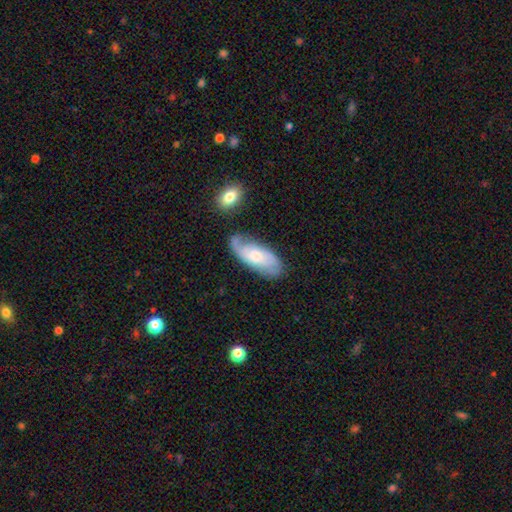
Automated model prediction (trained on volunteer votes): Smooth or featured?
  - featured or disk: 57% *
  - smooth: 37%
  - star or artifact: 6%
Edge-on disk?
  - no: 90% *
  - yes: 10%
Bar?
  - no: 66% *
  - weak: 30%
  - strong: 4%
Spiral arms?
  - yes: 86% *
  - no: 14%
Bulge size?
  - moderate: 46% *
  - small: 38%
  - large: 10%
  - none: 5%
  - dominant: 2%
Merging?
  - none: 60% *
  - minor disturbance: 23%
  - major disturbance: 9%
  - merger: 7%